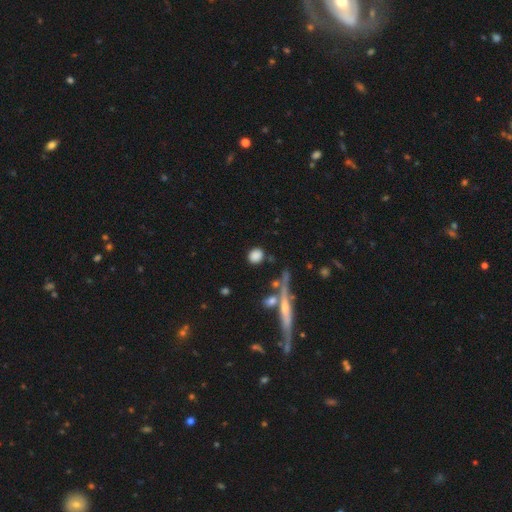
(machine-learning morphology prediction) Smooth or featured? Predicted: smooth (p=0.82). How rounded? Predicted: round (p=0.75). Merging? Predicted: none (p=0.78).